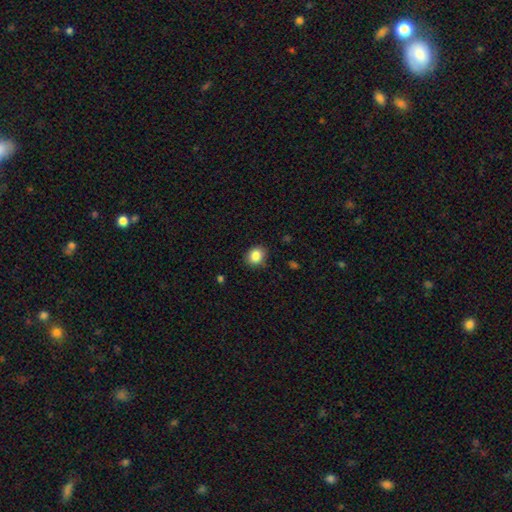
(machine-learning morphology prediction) smooth-or-featured: smooth: 86% | star or artifact: 9% | featured or disk: 5%
  how-rounded: round: 61% | in between: 38% | cigar-shaped: 1%
  merging: none: 86% | minor disturbance: 10% | major disturbance: 2% | merger: 1%